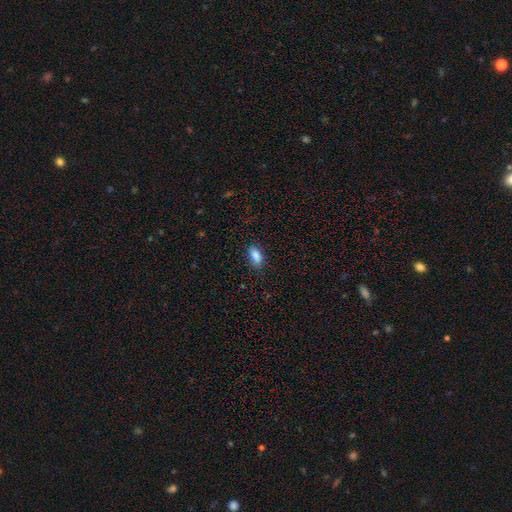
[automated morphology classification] smooth-or-featured: smooth: 87% | star or artifact: 8% | featured or disk: 5%
  how-rounded: in between: 89% | cigar-shaped: 7% | round: 4%
  merging: none: 83% | minor disturbance: 13% | major disturbance: 3% | merger: 1%